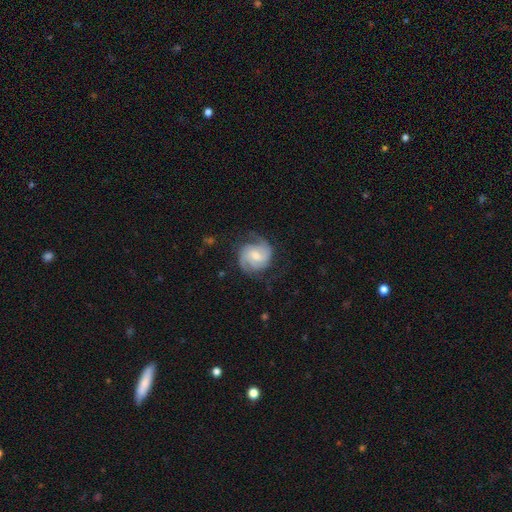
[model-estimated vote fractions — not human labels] This appears to be a featured or disk galaxy (79%) with a weak bar (47%), 2 (65%) medium (46%) spiral arms (96%) and a moderate central bulge (51%). Merging: none (70%).